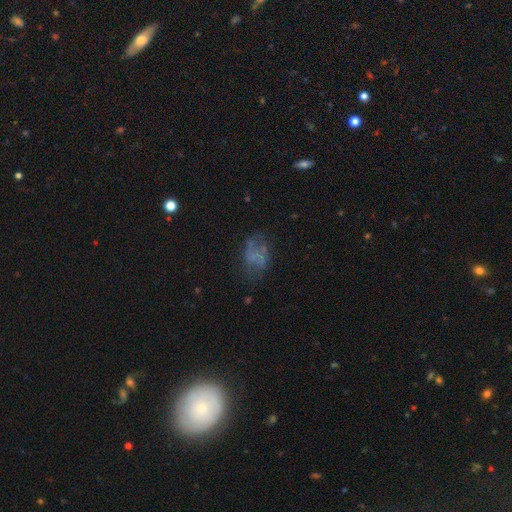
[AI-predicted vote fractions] This appears to be a featured or disk galaxy (43%). Merging: none (47%).